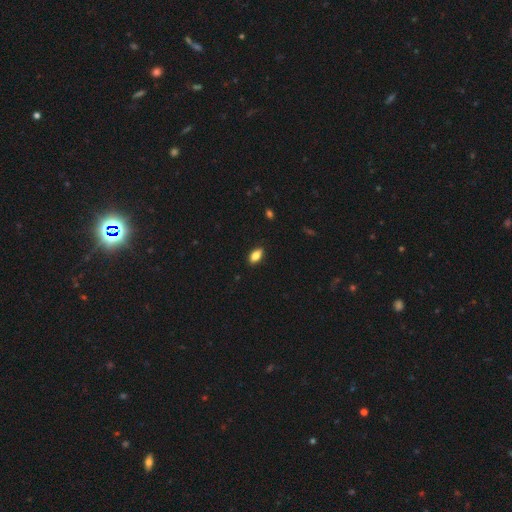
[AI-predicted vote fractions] The model was most divided on "smooth or featured": smooth: 83%, featured or disk: 9%, star or artifact: 8%. More confident: how rounded — in between (89%); merging — none (88%).